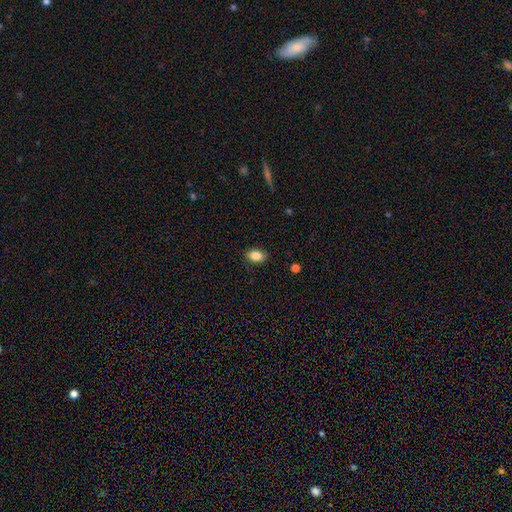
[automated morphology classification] A smooth galaxy with no disk features (86%) that is in between round and cigar-shaped (85%). Merging: none (85%).